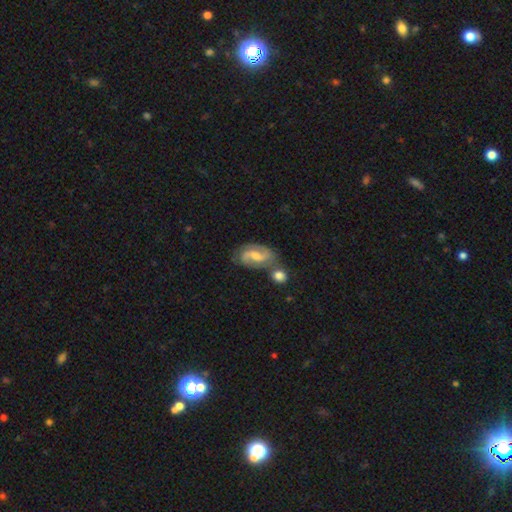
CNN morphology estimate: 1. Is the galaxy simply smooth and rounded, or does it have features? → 81% featured or disk, 13% smooth, 6% star or artifact.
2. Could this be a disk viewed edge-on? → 97% no, 3% yes.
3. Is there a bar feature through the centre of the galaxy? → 51% weak, 27% no, 22% strong.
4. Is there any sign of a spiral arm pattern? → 95% yes, 5% no.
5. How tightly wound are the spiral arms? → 53% medium, 24% loose, 23% tight.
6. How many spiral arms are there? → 90% 2, 4% can't tell, 2% 1, 1% 3, 1% 4, 1% more than 4.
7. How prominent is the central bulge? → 56% moderate, 32% small, 5% none, 5% large, 1% dominant.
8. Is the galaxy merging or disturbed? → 61% none, 19% merger, 15% minor disturbance, 5% major disturbance.